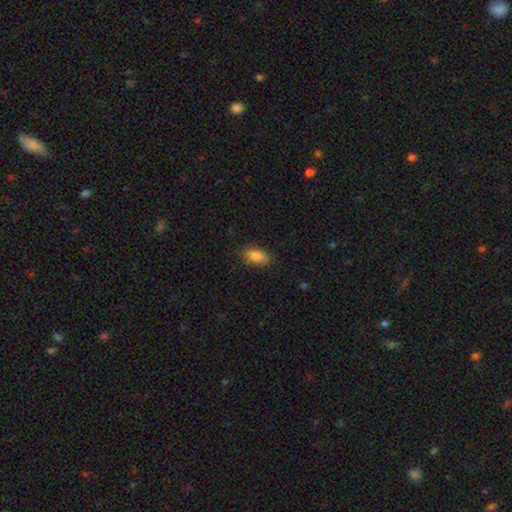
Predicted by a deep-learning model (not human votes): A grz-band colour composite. It shows a smooth galaxy with no disk features (87%) that is in between round and cigar-shaped (92%). Merging: none (81%).